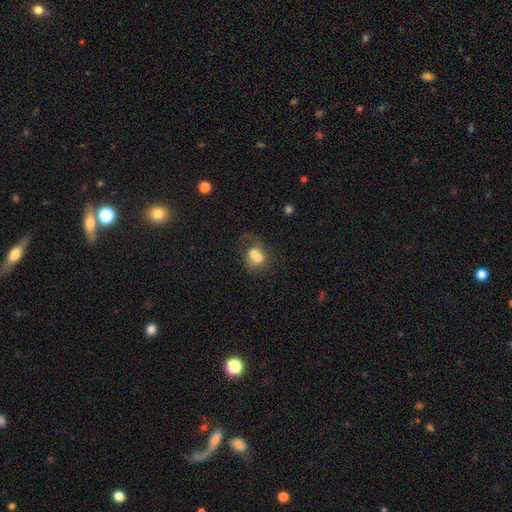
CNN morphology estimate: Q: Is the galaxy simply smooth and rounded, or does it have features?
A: smooth — 61%.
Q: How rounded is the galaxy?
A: round — 52%.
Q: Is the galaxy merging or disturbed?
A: merger — 64%.